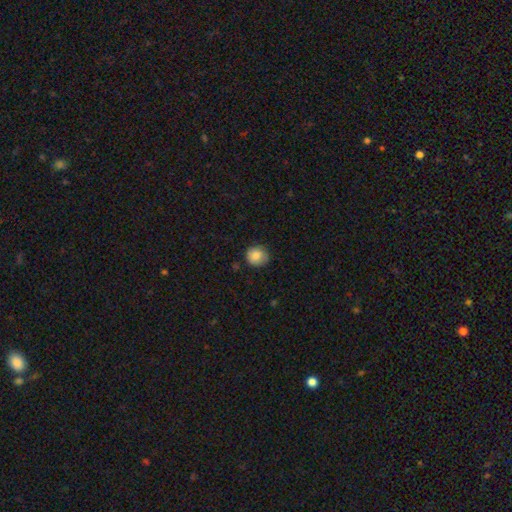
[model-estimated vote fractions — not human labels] smooth 85%, star or artifact 8%, featured or disk 7%. Down the decision tree: how rounded — round (88%); merging — none (79%).